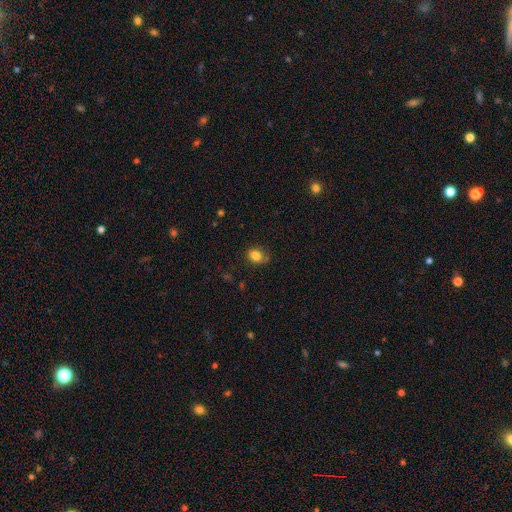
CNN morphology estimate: A smooth galaxy with no disk features (83%) that is in between round and cigar-shaped (55%).

Vote fractions:
- Smooth or featured? smooth: 83% / star or artifact: 10% / featured or disk: 7%
- How rounded? in between: 55% / round: 44% / cigar-shaped: 1%
- Merging? none: 71% / minor disturbance: 21% / major disturbance: 6% / merger: 2%